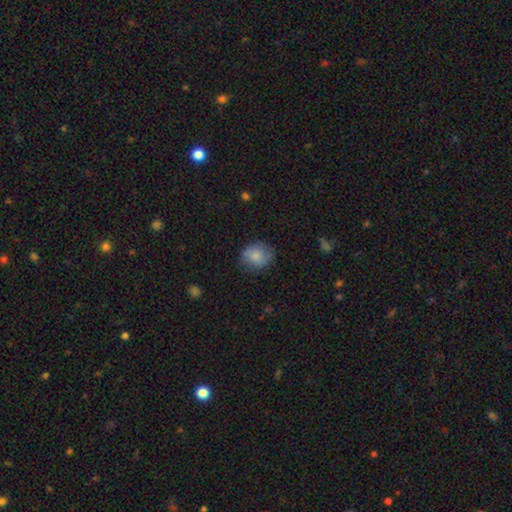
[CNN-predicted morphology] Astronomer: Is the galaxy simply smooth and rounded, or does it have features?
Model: smooth — 76%.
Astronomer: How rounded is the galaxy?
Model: round — 57% (runner-up: in between, 42%).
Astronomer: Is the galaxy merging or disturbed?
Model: none — 72%.